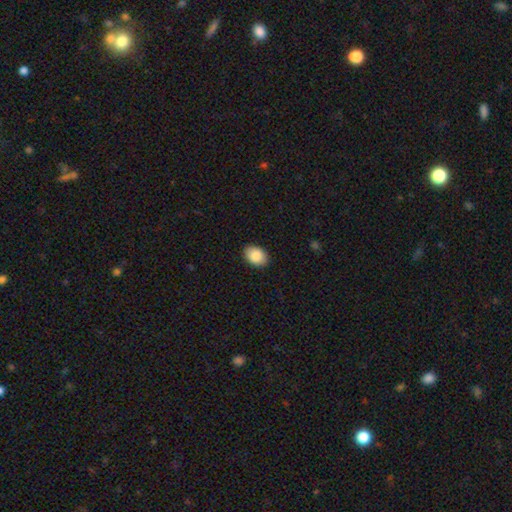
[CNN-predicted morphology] The model was most divided on "how rounded": in between: 82%, round: 17%, cigar-shaped: 1%. More confident: merging — none (90%); smooth or featured — smooth (88%).